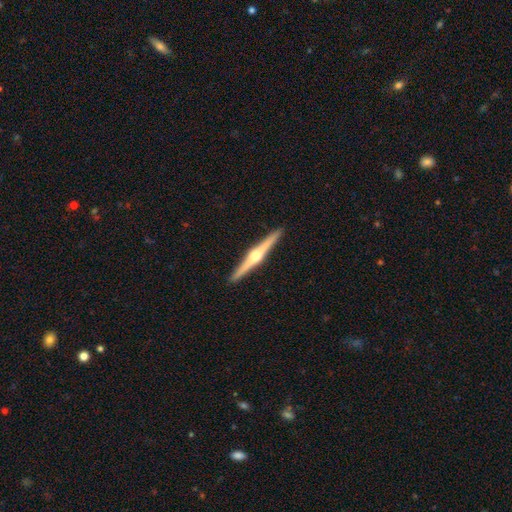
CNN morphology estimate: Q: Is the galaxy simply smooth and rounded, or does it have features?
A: featured or disk — 82%.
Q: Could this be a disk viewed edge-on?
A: yes — 99%.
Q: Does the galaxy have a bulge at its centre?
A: rounded — 94%.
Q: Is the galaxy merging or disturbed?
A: none — 93%.